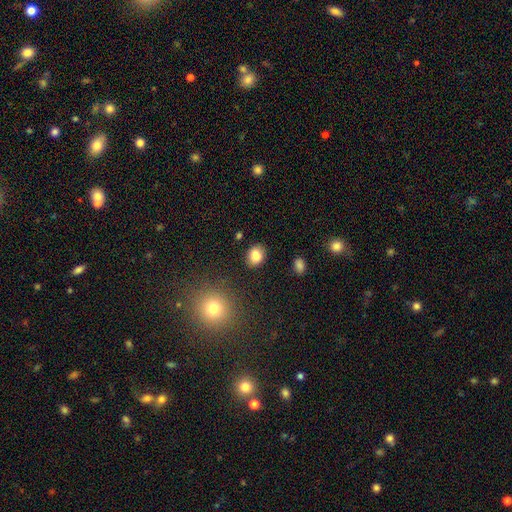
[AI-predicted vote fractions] This appears to be a smooth galaxy with no disk features (83%) that is in between round and cigar-shaped (53%). Merging: none (80%).